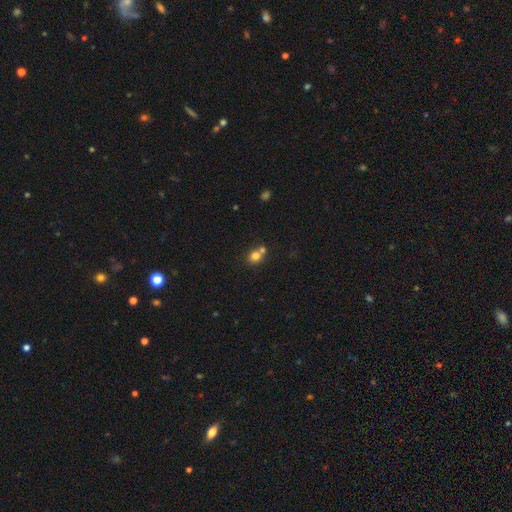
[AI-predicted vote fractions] This appears to be a smooth galaxy with no disk features (78%) that is round (80%). Merging: none (51%).